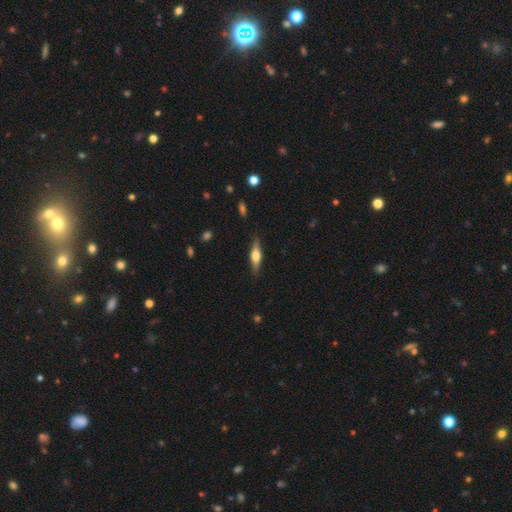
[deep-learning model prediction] A featured or disk galaxy (57%) viewed edge-on (95%) with a rounded central bulge (89%).

Vote fractions:
- Smooth or featured? featured or disk: 57% / smooth: 36% / star or artifact: 6%
- Edge-on disk? yes: 95% / no: 5%
- Edge-on bulge? rounded: 89% / boxy: 9% / none: 2%
- Merging? none: 87% / minor disturbance: 10% / major disturbance: 2% / merger: 1%